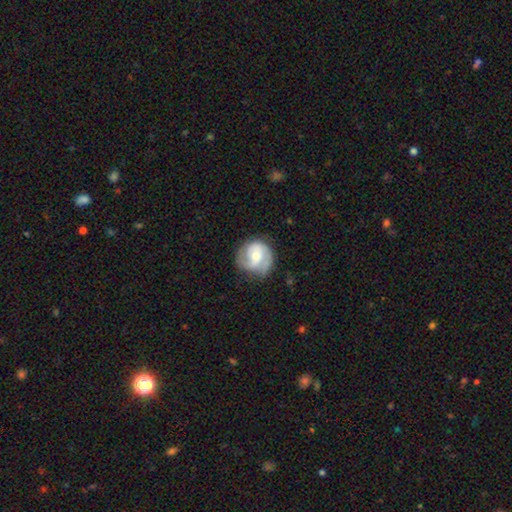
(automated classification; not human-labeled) This appears to be a featured or disk galaxy (66%) with no bar (49%), 2 (61%) medium (43%) spiral arms (87%) and a moderate central bulge (58%). Merging: none (67%).